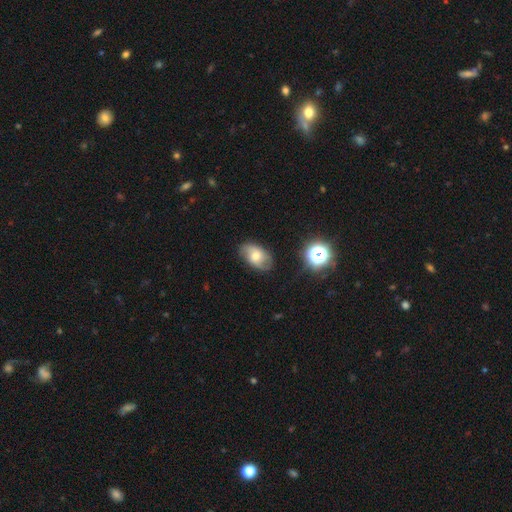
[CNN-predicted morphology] A smooth galaxy with no disk features (50%) that is in between round and cigar-shaped (87%).

Vote fractions:
- Smooth or featured? smooth: 50% / featured or disk: 39% / star or artifact: 11%
- How rounded? in between: 87% / round: 11% / cigar-shaped: 2%
- Merging? none: 74% / minor disturbance: 20% / major disturbance: 5% / merger: 2%